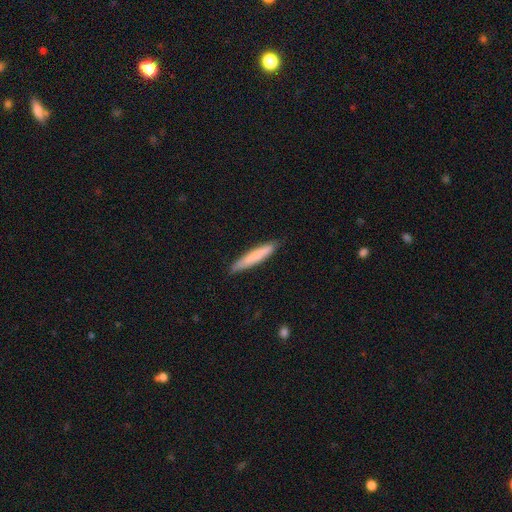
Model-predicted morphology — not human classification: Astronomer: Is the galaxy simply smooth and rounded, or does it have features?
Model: smooth — 76%.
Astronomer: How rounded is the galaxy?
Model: cigar-shaped — 93%.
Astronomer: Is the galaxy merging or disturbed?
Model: none — 87%.